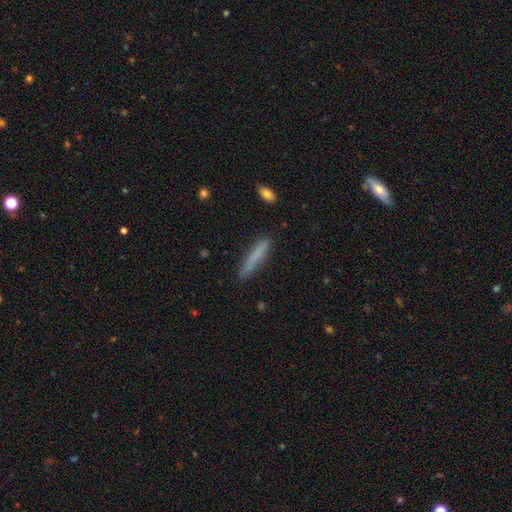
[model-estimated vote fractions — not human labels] Smooth or featured?
  - smooth: 75% *
  - featured or disk: 18%
  - star or artifact: 7%
How rounded?
  - cigar-shaped: 93% *
  - in between: 5%
  - round: 1%
Merging?
  - none: 84% *
  - minor disturbance: 12%
  - major disturbance: 2%
  - merger: 2%